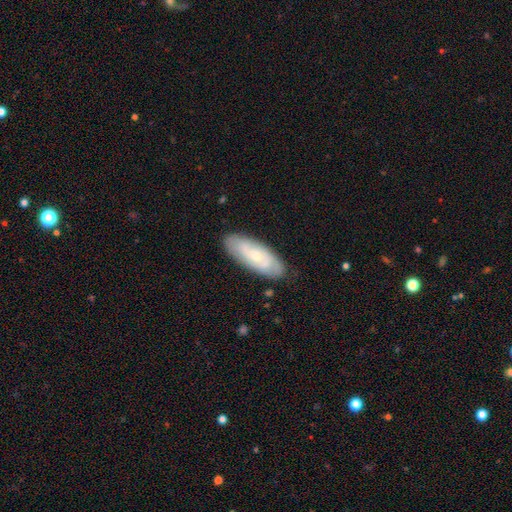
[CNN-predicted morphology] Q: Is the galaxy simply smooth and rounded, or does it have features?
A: featured or disk — 50%.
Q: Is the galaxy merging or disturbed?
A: none — 83%.